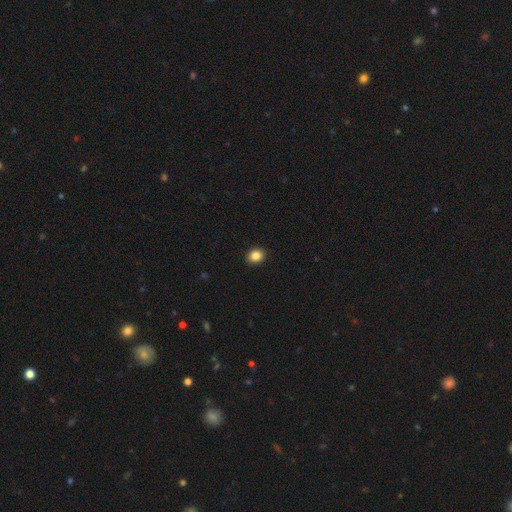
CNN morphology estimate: type=smooth (86%); roundness=round (57%); merging=none (92%).